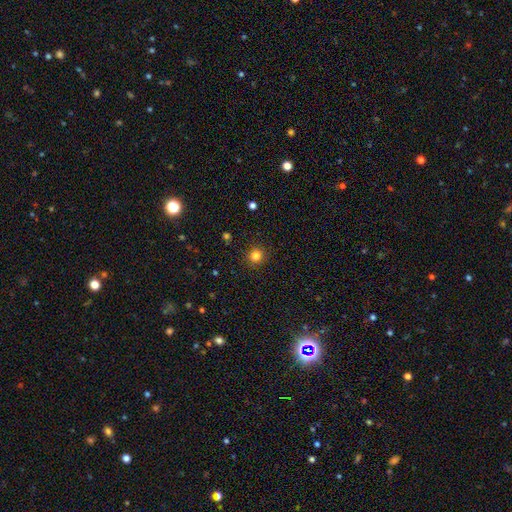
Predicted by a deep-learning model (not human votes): smooth 82%, star or artifact 13%, featured or disk 5%. Down the decision tree: how rounded — round (93%); merging — none (91%).